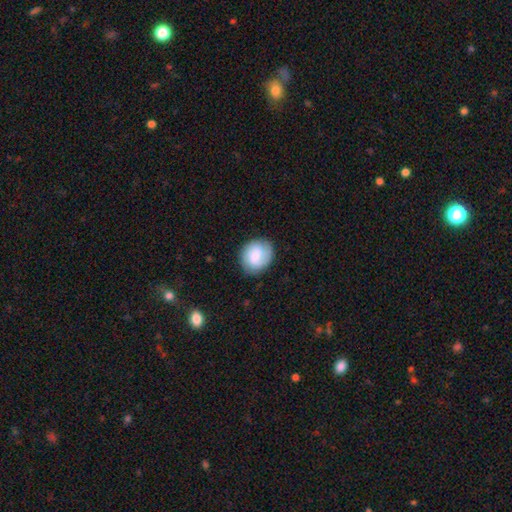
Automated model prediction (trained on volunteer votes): Overall: smooth (67%). How rounded: round (74%). Merging: none (81%).